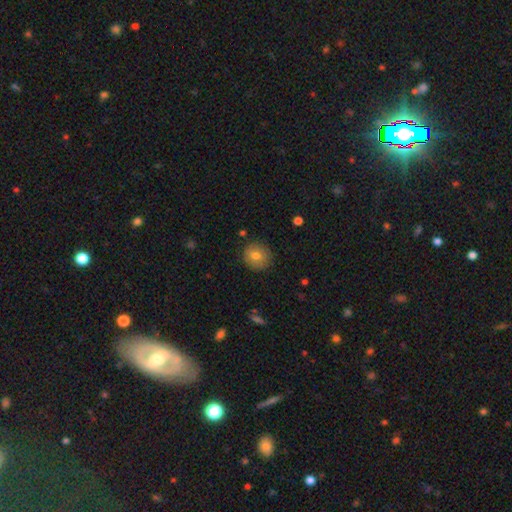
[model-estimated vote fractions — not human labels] Smooth or featured? smooth (74%)
How rounded? round (89%)
Merging? none (86%)